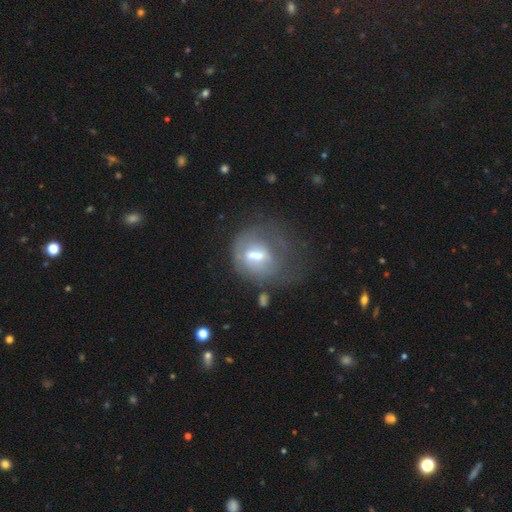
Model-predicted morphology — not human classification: featured or disk 50%, smooth 40%, star or artifact 10%. Down the decision tree: edge-on disk — no (93%); merging — major disturbance (37%).